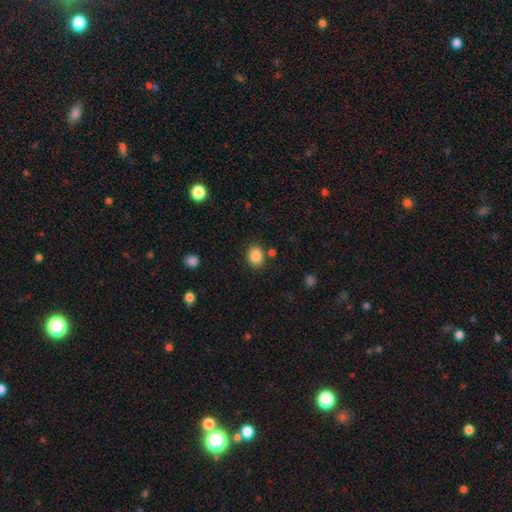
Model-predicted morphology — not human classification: Smooth or featured? Predicted: smooth (p=0.86). How rounded? Predicted: round (p=0.58). Merging? Predicted: none (p=0.82).